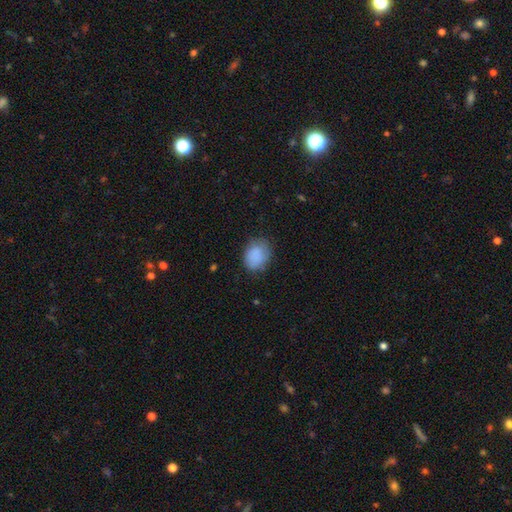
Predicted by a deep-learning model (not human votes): smooth 86%, star or artifact 8%, featured or disk 6%. Down the decision tree: how rounded — in between (59%); merging — none (70%).